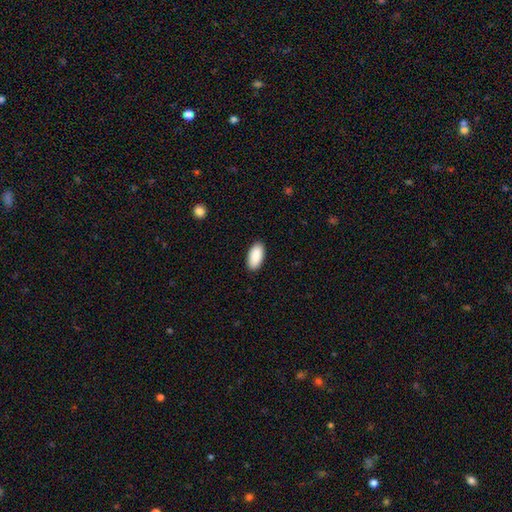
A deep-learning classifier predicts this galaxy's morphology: smooth-or-featured: smooth: 91% | star or artifact: 6% | featured or disk: 3%
  how-rounded: in between: 94% | cigar-shaped: 4% | round: 2%
  merging: none: 90% | minor disturbance: 7% | major disturbance: 2% | merger: 1%